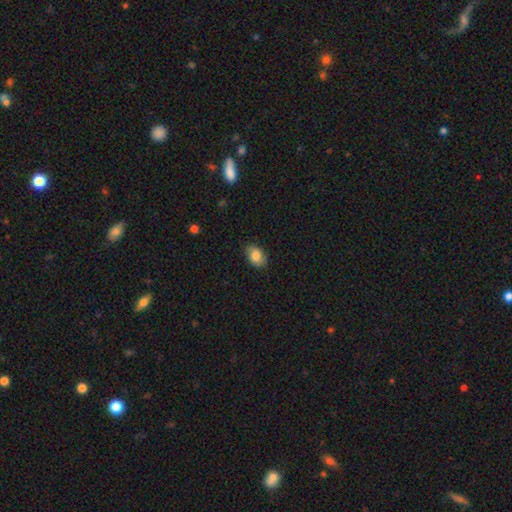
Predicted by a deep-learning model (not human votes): smooth 84%, featured or disk 8%, star or artifact 7%. Down the decision tree: how rounded — in between (86%); merging — none (84%).